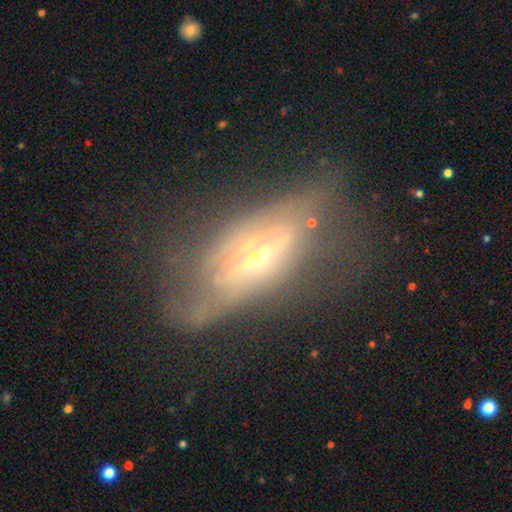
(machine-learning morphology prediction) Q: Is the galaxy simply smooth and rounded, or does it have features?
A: featured or disk — 69%.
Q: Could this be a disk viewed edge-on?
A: yes — 56%.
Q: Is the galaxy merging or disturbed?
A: none — 43%.